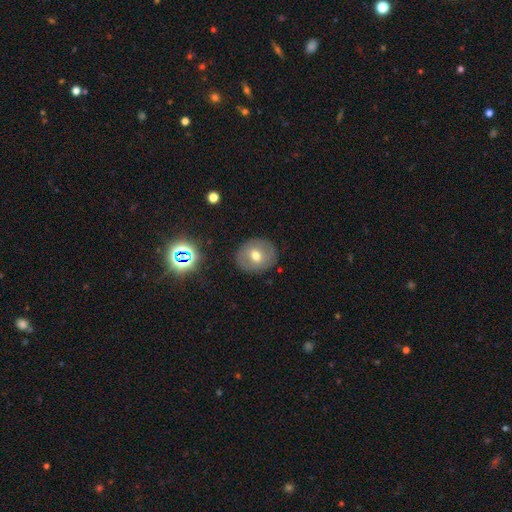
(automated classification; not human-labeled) This appears to be a smooth galaxy with no disk features (57%) that is round (74%). Merging: none (85%).